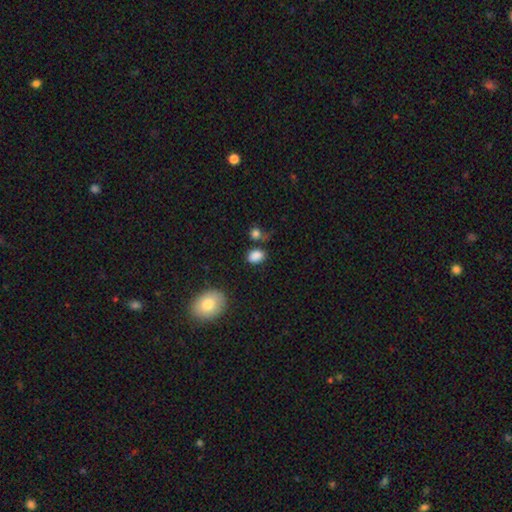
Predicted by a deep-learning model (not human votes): smooth_or_featured: smooth (p=0.85) [alt: star or artifact p=0.10]
how_rounded: in between (p=0.75) [alt: round p=0.24]
merging: none (p=0.66) [alt: minor disturbance p=0.19]